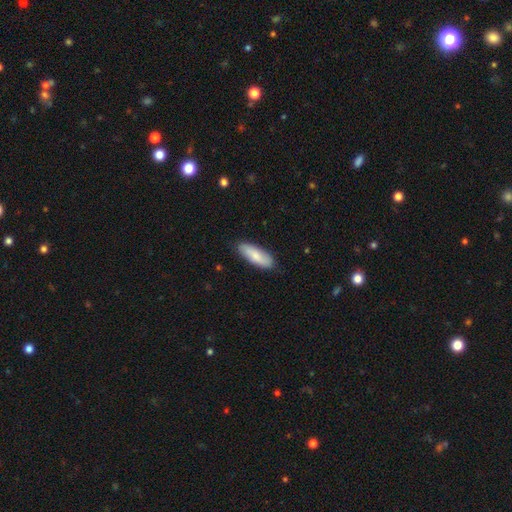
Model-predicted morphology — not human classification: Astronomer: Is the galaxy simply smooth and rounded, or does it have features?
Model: smooth — 78%.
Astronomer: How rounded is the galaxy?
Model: in between — 60% (runner-up: cigar-shaped, 38%).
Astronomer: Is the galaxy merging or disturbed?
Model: none — 85%.